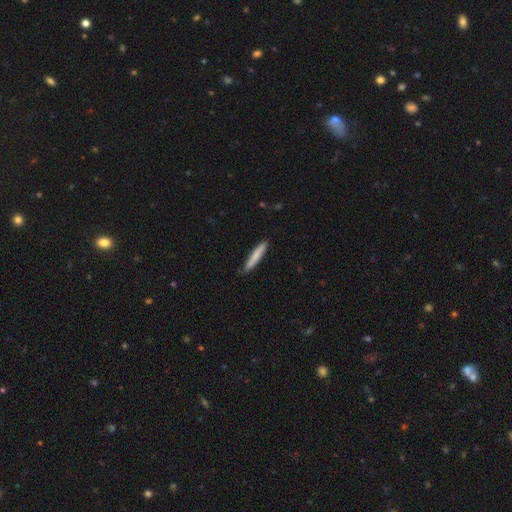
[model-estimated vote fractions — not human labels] Smooth or featured? Predicted: smooth (p=0.79). How rounded? Predicted: cigar-shaped (p=0.93). Merging? Predicted: none (p=0.88).